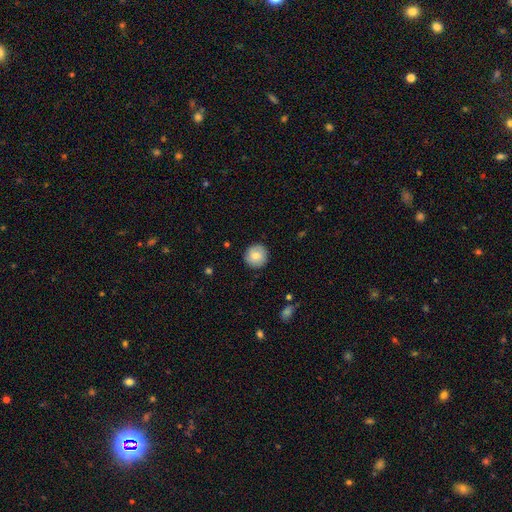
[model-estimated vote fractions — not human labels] The model was most divided on "smooth or featured": smooth: 78%, featured or disk: 14%, star or artifact: 7%. More confident: how rounded — round (94%); merging — none (89%).